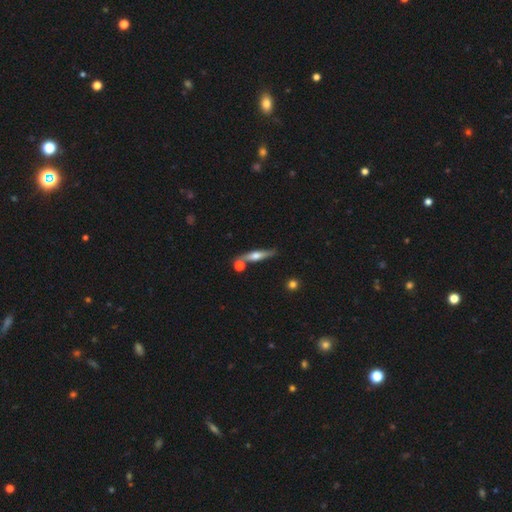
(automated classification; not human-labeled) Smooth or featured?
  - featured or disk: 58% *
  - smooth: 36%
  - star or artifact: 6%
Edge-on disk?
  - yes: 94% *
  - no: 6%
Edge-on bulge?
  - rounded: 89% *
  - boxy: 6%
  - none: 5%
Merging?
  - none: 75% *
  - minor disturbance: 11%
  - merger: 11%
  - major disturbance: 3%